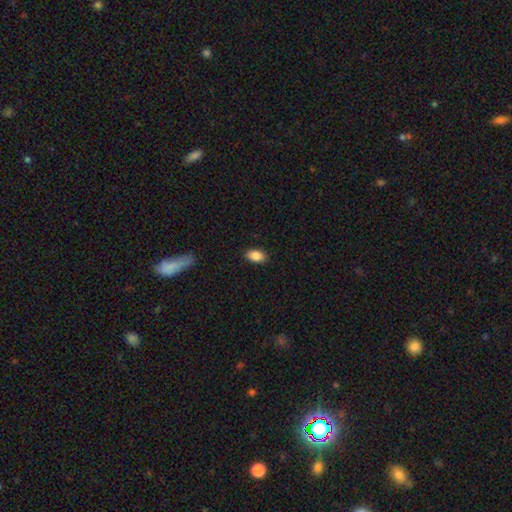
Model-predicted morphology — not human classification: Overall: smooth (87%). How rounded: in between (91%). Merging: none (89%).